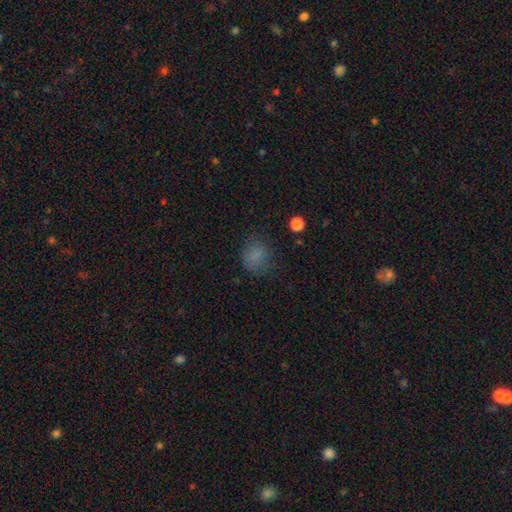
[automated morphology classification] This appears to be a smooth galaxy with no disk features (78%) that is round (71%). Merging: none (71%).